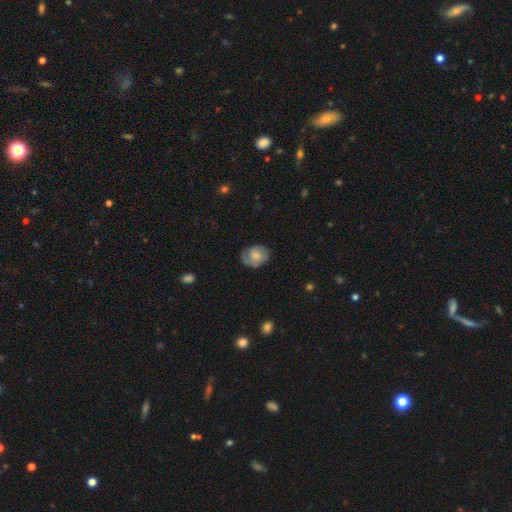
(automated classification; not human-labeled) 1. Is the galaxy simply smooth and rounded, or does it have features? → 48% smooth, 45% featured or disk, 7% star or artifact.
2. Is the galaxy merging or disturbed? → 65% none, 25% minor disturbance, 9% major disturbance, 1% merger.